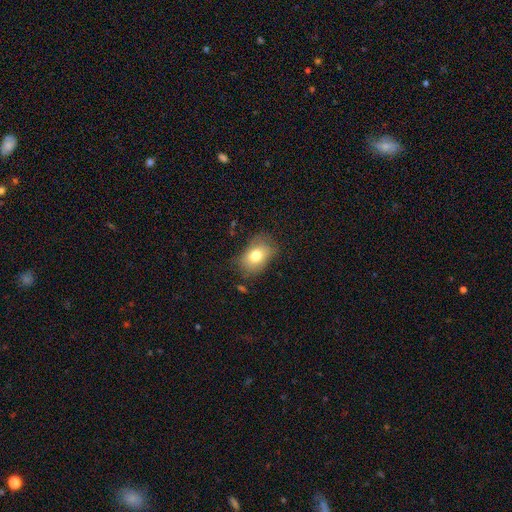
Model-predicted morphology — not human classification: smooth-or-featured: smooth: 75% | featured or disk: 15% | star or artifact: 9%
  how-rounded: in between: 78% | round: 21% | cigar-shaped: 1%
  merging: none: 66% | minor disturbance: 24% | major disturbance: 8% | merger: 2%